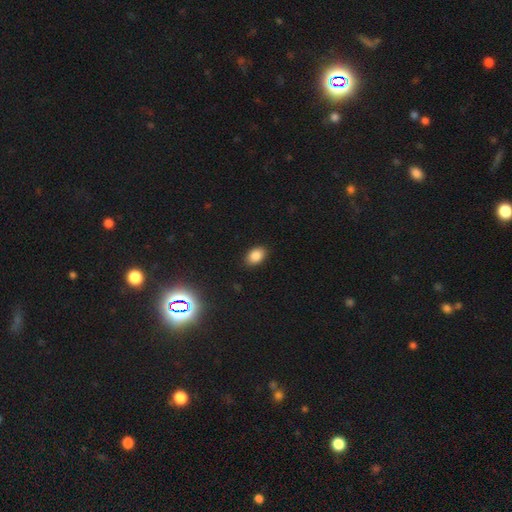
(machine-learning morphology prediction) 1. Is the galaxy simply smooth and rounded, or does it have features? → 85% smooth, 10% star or artifact, 5% featured or disk.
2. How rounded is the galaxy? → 84% in between, 14% round, 1% cigar-shaped.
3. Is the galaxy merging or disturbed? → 89% none, 8% minor disturbance, 2% major disturbance, 1% merger.